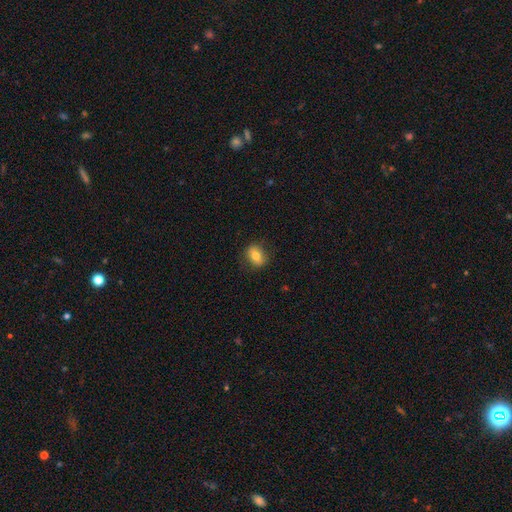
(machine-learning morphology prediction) This appears to be a smooth galaxy with no disk features (78%) that is in between round and cigar-shaped (68%). Merging: none (83%).